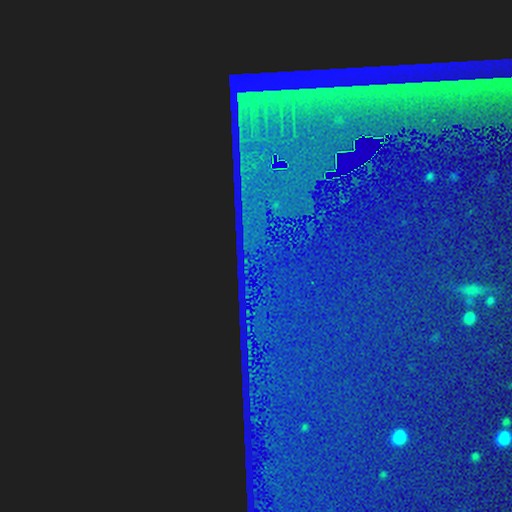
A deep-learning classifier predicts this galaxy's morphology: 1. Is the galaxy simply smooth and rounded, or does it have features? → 87% star or artifact, 7% featured or disk, 6% smooth.